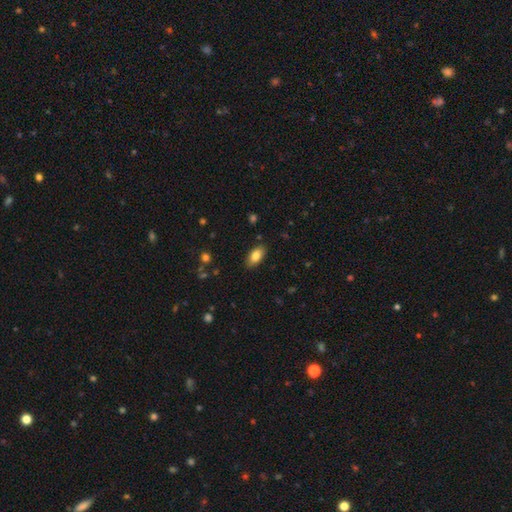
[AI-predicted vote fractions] A smooth galaxy with no disk features (82%) that is in between round and cigar-shaped (91%). Merging: none (87%).